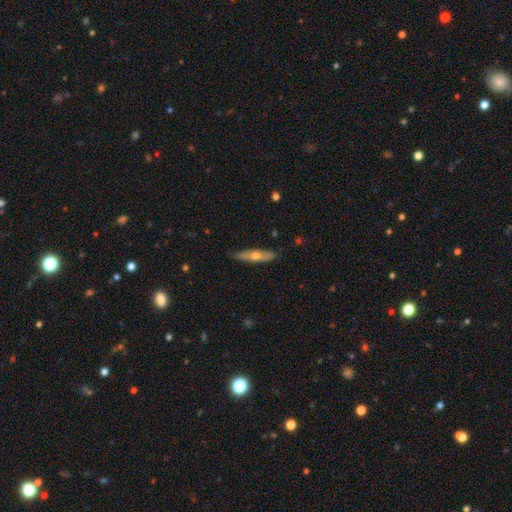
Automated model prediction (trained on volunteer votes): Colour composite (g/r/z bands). It shows a featured or disk galaxy (50%) viewed edge-on (77%). Merging: none (84%).